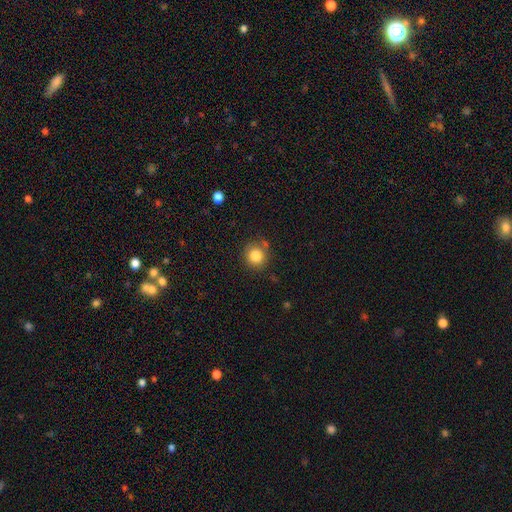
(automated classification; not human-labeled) A smooth galaxy with no disk features (84%) that is round (91%). Merging: none (78%).